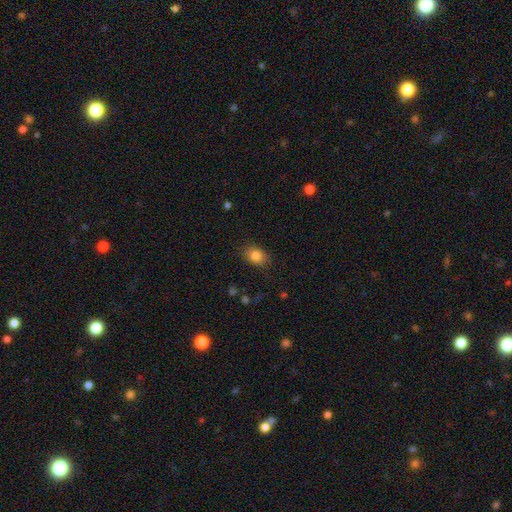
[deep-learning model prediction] Q: Smooth or featured?
A: smooth (83%); runner-up: star or artifact (10%)
Q: How rounded?
A: in between (69%); runner-up: round (30%)
Q: Merging?
A: none (83%); runner-up: minor disturbance (13%)